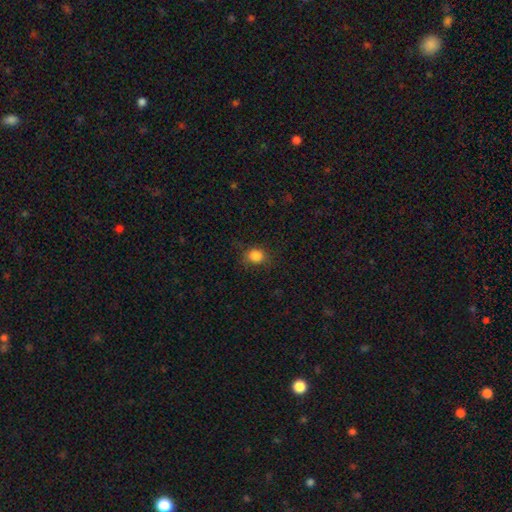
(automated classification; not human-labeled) smooth_or_featured: smooth (p=0.84) [alt: star or artifact p=0.11]
how_rounded: round (p=0.71) [alt: in between p=0.28]
merging: none (p=0.79) [alt: minor disturbance p=0.15]